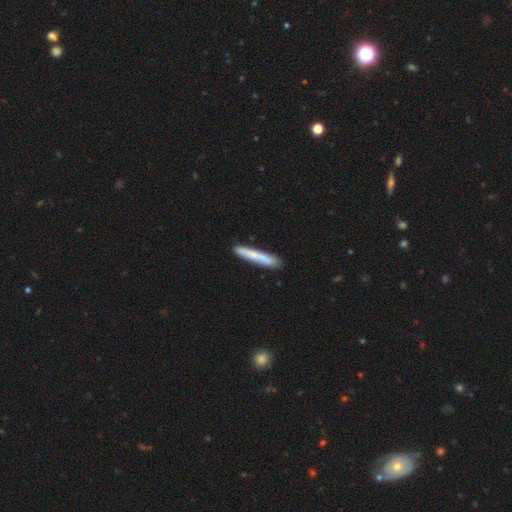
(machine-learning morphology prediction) The model was most divided on "smooth or featured": smooth: 70%, featured or disk: 24%, star or artifact: 6%. More confident: how rounded — cigar-shaped (95%); merging — none (87%).